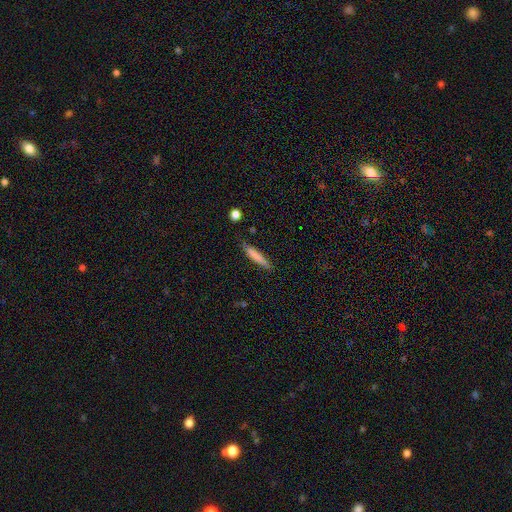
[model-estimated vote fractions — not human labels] Smooth or featured?
  - smooth: 75% *
  - featured or disk: 19%
  - star or artifact: 7%
How rounded?
  - cigar-shaped: 91% *
  - in between: 8%
  - round: 1%
Merging?
  - none: 79% *
  - minor disturbance: 15%
  - major disturbance: 3%
  - merger: 2%